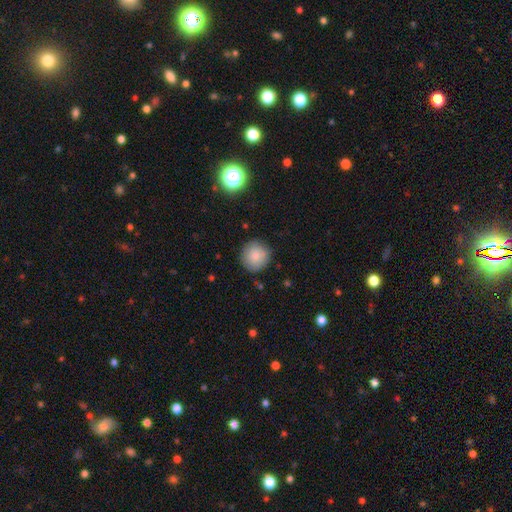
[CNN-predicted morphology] Smooth or featured: smooth — 84% (star or artifact — 9%)
How rounded: round — 93% (in between — 6%)
Merging: none — 85% (minor disturbance — 11%)